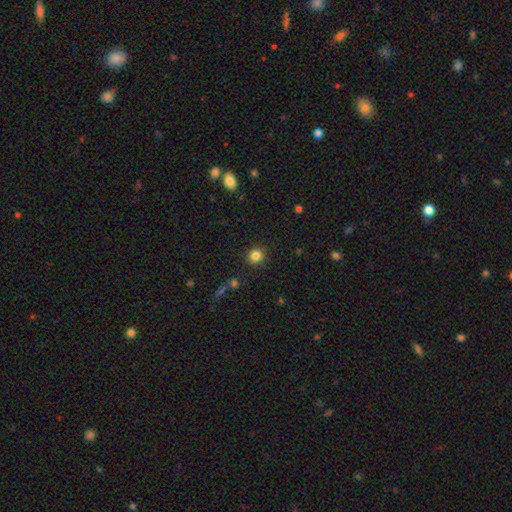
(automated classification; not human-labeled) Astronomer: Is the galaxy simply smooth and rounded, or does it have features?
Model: smooth — 84%.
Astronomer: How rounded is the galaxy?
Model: round — 90%.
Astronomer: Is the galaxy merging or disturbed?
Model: none — 90%.